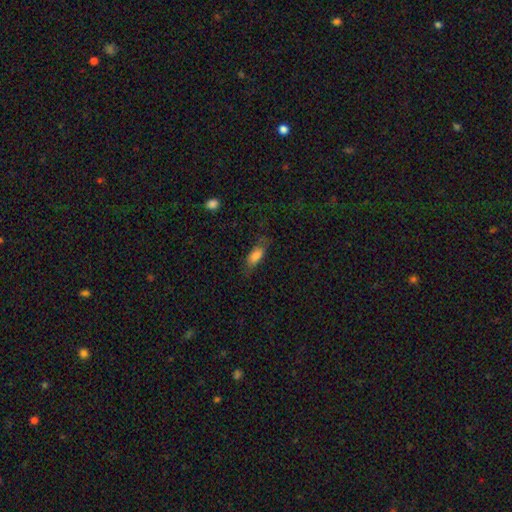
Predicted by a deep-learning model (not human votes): smooth 78%, featured or disk 13%, star or artifact 9%. Down the decision tree: how rounded — in between (75%); merging — none (63%).